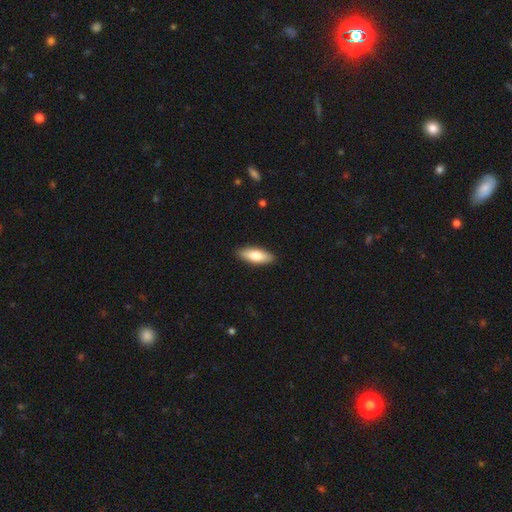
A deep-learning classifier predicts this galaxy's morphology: smooth-or-featured: smooth: 74% | featured or disk: 20% | star or artifact: 5%
  how-rounded: in between: 65% | cigar-shaped: 33% | round: 2%
  merging: none: 89% | minor disturbance: 8% | major disturbance: 2% | merger: 1%